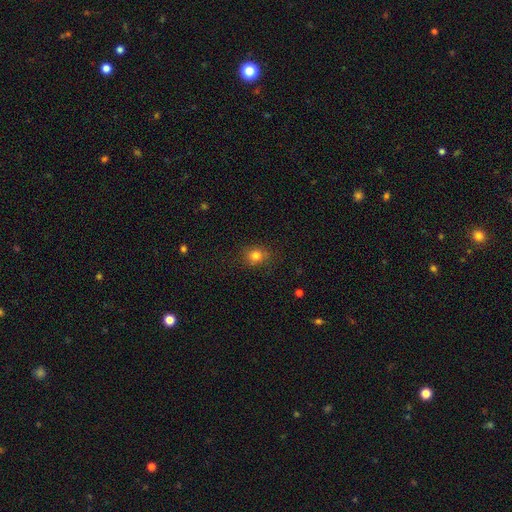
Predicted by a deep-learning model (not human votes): smooth-or-featured: smooth: 80% | star or artifact: 13% | featured or disk: 7%
  how-rounded: round: 71% | in between: 28% | cigar-shaped: 1%
  merging: none: 81% | minor disturbance: 14% | major disturbance: 4% | merger: 1%